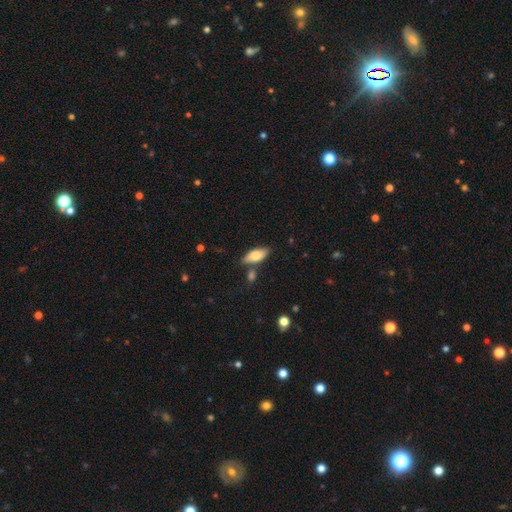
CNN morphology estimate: type=smooth (76%); roundness=in between (82%); merging=none (73%).